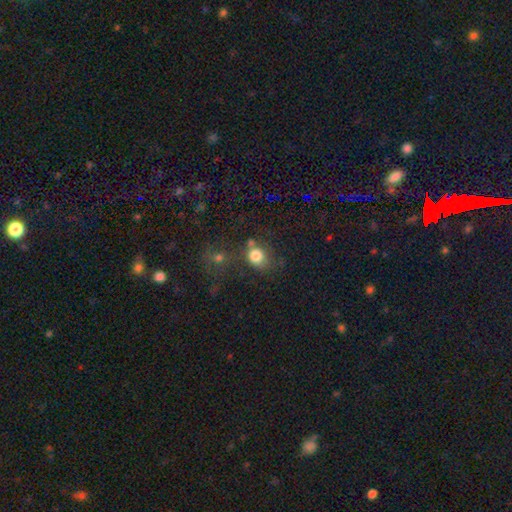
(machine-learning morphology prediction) The model was most divided on "merging": none: 53%, merger: 21%, minor disturbance: 17%, major disturbance: 10%. More confident: smooth or featured — smooth (78%); how rounded — round (66%).